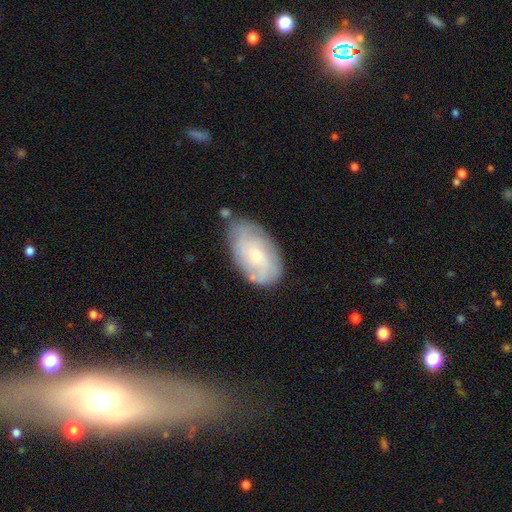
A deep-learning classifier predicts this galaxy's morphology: A featured or disk galaxy (59%) with no bar (73%), spiral arms (79%) and a small central bulge (67%). Merging: none (69%).